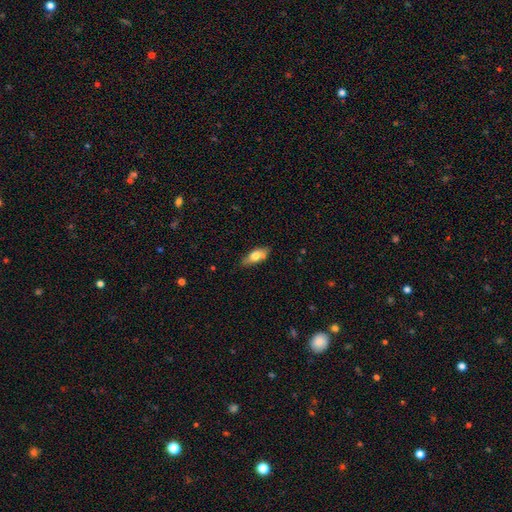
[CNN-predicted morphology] The model was most divided on "smooth or featured": smooth: 68%, featured or disk: 26%, star or artifact: 6%. More confident: how rounded — in between (77%); merging — none (76%).